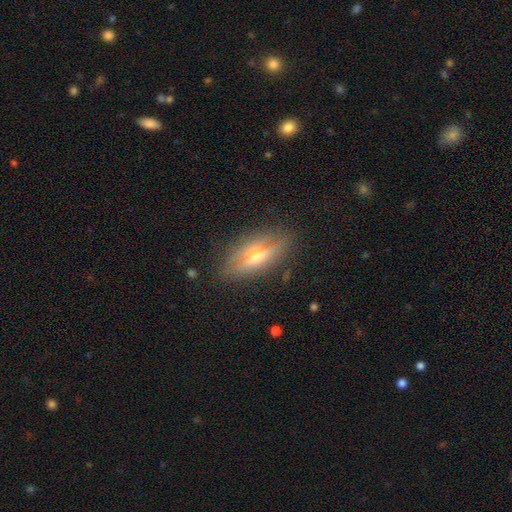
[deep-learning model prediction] Smooth or featured? Predicted: featured or disk (p=0.57). Edge-on disk? Predicted: yes (p=0.82). Merging? Predicted: none (p=0.82).